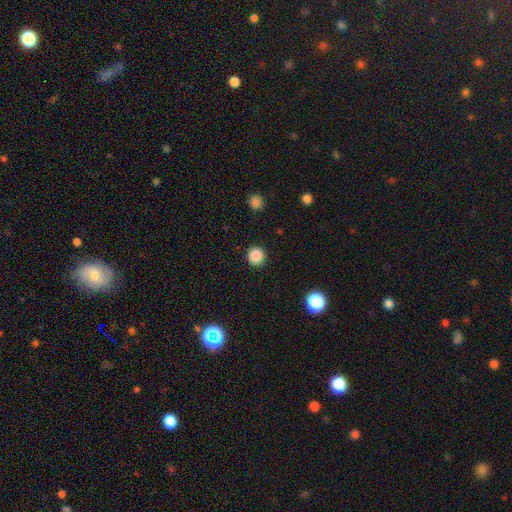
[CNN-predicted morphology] Smooth or featured? Predicted: smooth (p=0.87). How rounded? Predicted: round (p=0.95). Merging? Predicted: none (p=0.92).